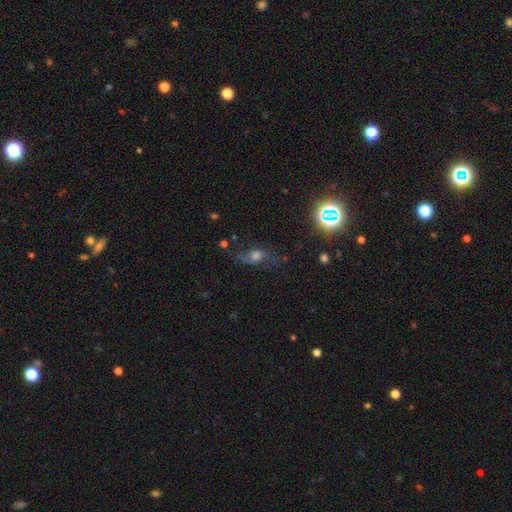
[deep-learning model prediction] Smooth or featured? Predicted: featured or disk (p=0.43). Merging? Predicted: none (p=0.61).